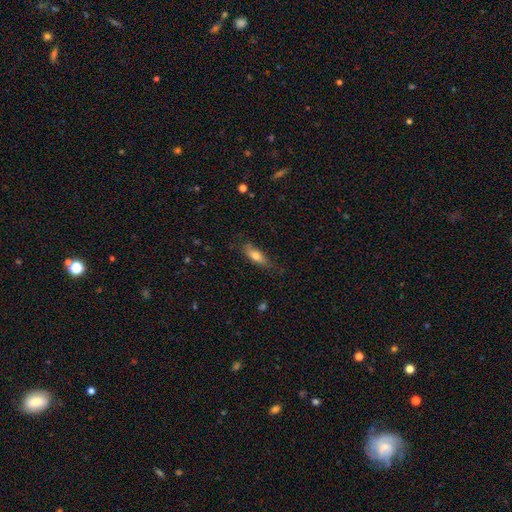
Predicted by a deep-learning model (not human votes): smooth_or_featured: smooth (p=0.72) [alt: featured or disk p=0.21]
how_rounded: in between (p=0.59) [alt: cigar-shaped p=0.38]
merging: none (p=0.71) [alt: minor disturbance p=0.22]